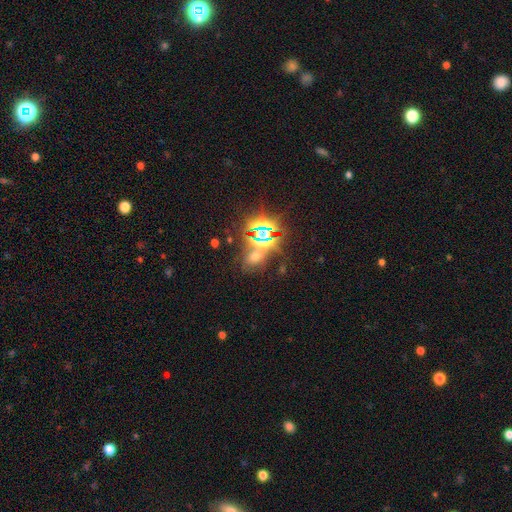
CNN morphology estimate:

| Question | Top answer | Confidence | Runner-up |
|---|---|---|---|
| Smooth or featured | star or artifact | 66% | smooth (24%) |